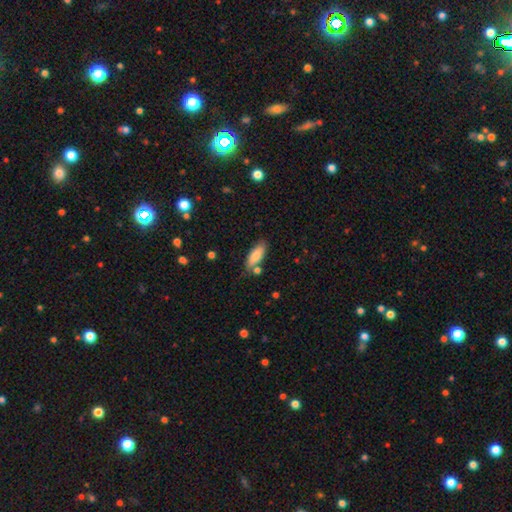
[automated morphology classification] smooth-or-featured: smooth: 81% | featured or disk: 12% | star or artifact: 6%
  how-rounded: in between: 69% | cigar-shaped: 29% | round: 2%
  merging: none: 73% | minor disturbance: 16% | merger: 8% | major disturbance: 3%